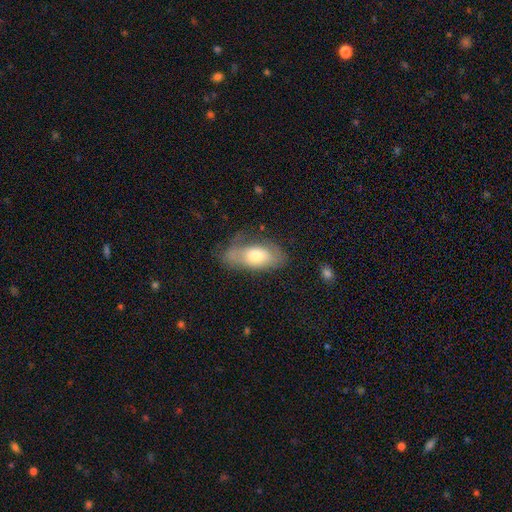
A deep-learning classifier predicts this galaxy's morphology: Q: Smooth or featured?
A: smooth (63%); runner-up: featured or disk (31%)
Q: How rounded?
A: in between (89%); runner-up: cigar-shaped (7%)
Q: Merging?
A: none (51%); runner-up: minor disturbance (31%)